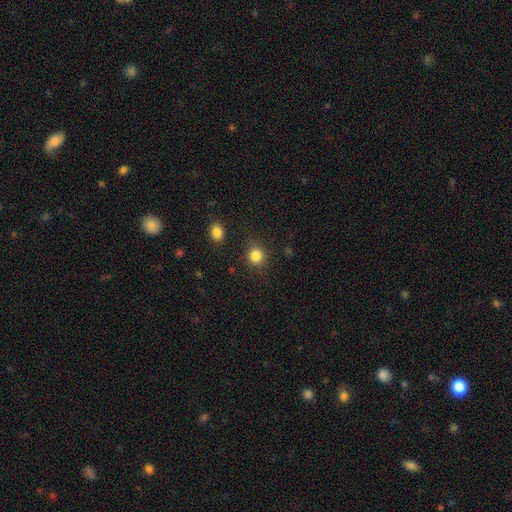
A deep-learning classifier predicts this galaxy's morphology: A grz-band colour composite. It shows a smooth galaxy with no disk features (84%) that is round (88%). Merging: none (83%).